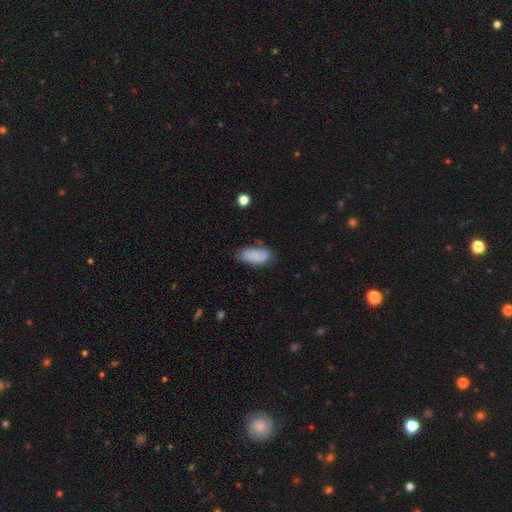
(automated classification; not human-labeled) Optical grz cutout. It shows a smooth galaxy with no disk features (85%) that is in between round and cigar-shaped (88%). Merging: none (64%).